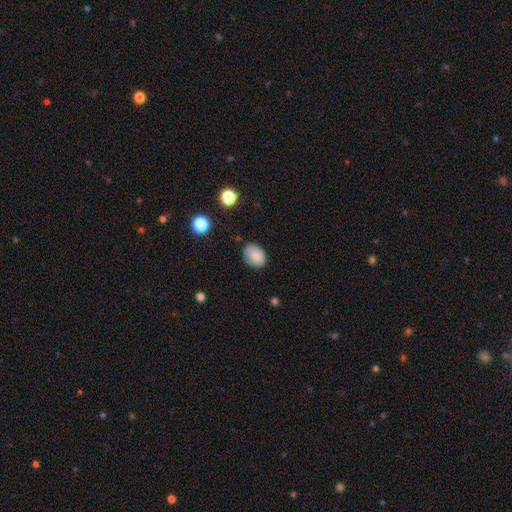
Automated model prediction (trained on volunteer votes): Smooth or featured? Predicted: smooth (p=0.81). How rounded? Predicted: in between (p=0.72). Merging? Predicted: none (p=0.71).